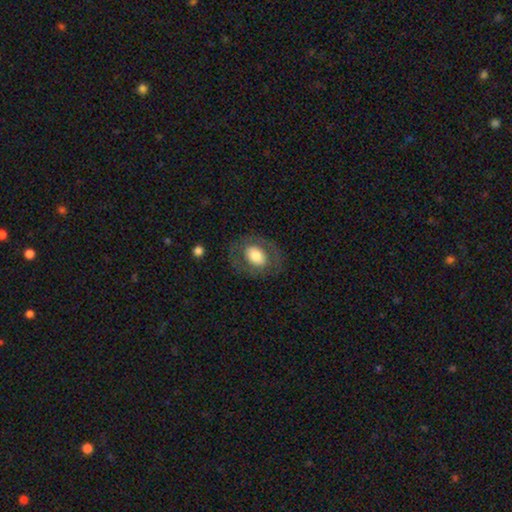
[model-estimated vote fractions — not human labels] smooth 60%, featured or disk 33%, star or artifact 7%. Down the decision tree: how rounded — in between (69%); merging — none (77%).